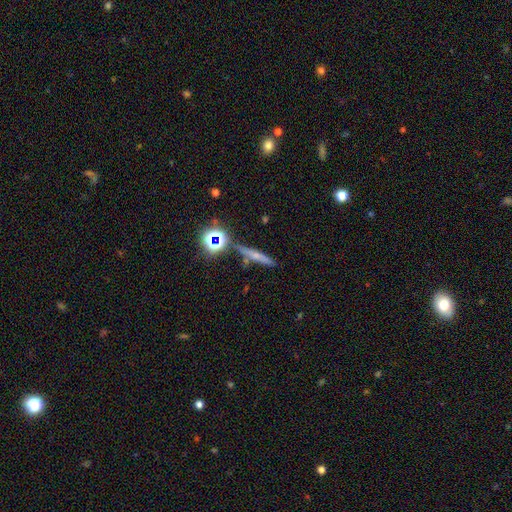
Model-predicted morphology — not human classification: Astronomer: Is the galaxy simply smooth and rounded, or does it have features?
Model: smooth — 47% (runner-up: featured or disk, 31%).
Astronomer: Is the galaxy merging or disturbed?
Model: none — 78%.